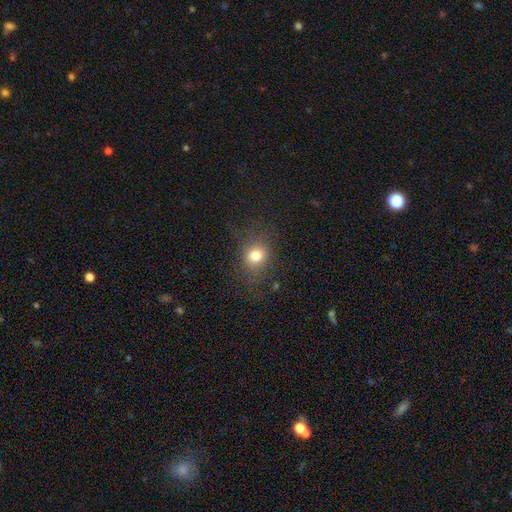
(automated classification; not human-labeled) Smooth or featured? smooth (77%)
How rounded? round (69%)
Merging? none (76%)